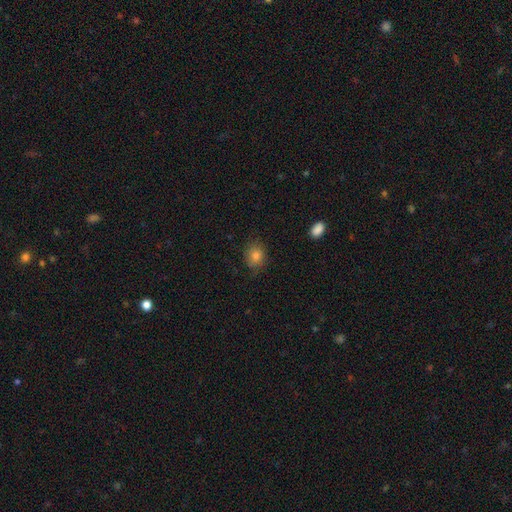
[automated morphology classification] A smooth galaxy with no disk features (81%) that is round (61%).

Vote fractions:
- Smooth or featured? smooth: 81% / star or artifact: 11% / featured or disk: 9%
- How rounded? round: 61% / in between: 38% / cigar-shaped: 1%
- Merging? none: 79% / minor disturbance: 16% / major disturbance: 4% / merger: 1%